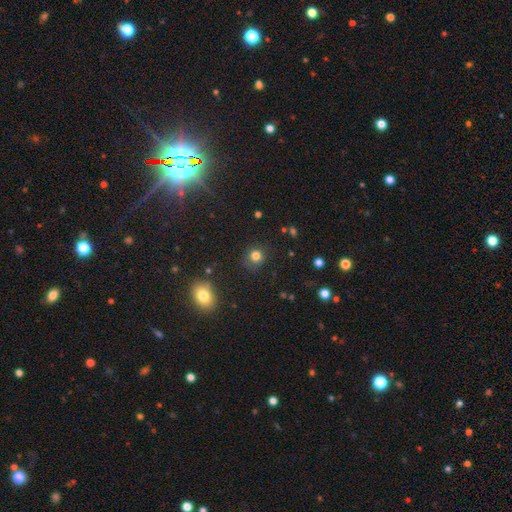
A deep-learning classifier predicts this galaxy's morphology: A smooth galaxy with no disk features (80%) that is round (86%).

Vote fractions:
- Smooth or featured? smooth: 80% / star or artifact: 14% / featured or disk: 6%
- How rounded? round: 86% / in between: 13% / cigar-shaped: 1%
- Merging? none: 81% / minor disturbance: 13% / major disturbance: 4% / merger: 2%